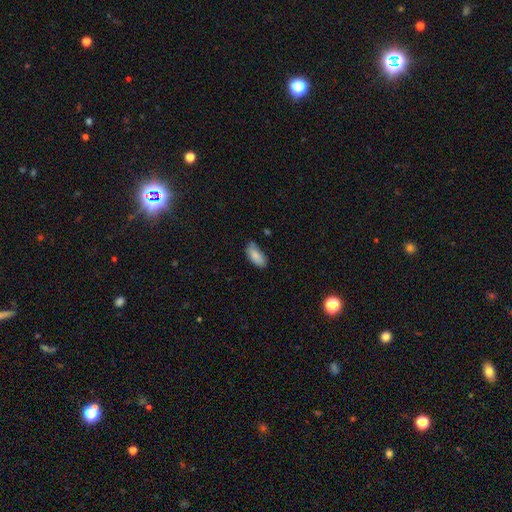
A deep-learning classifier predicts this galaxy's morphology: Smooth or featured?
  - smooth: 85% *
  - featured or disk: 8%
  - star or artifact: 7%
How rounded?
  - in between: 87% *
  - cigar-shaped: 10%
  - round: 2%
Merging?
  - none: 67% *
  - minor disturbance: 26%
  - major disturbance: 5%
  - merger: 3%